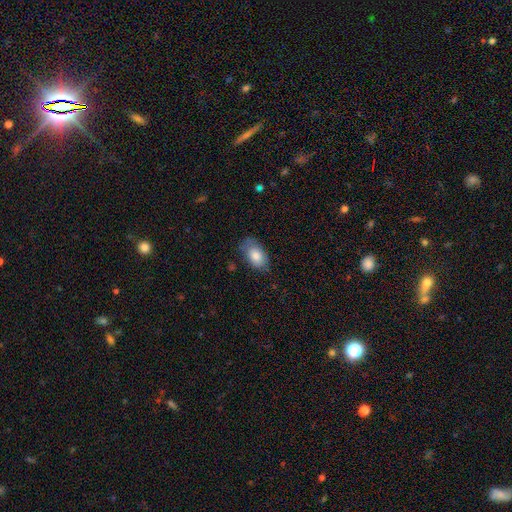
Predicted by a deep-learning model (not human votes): This appears to be a smooth galaxy with no disk features (81%) that is in between round and cigar-shaped (91%). Merging: none (64%).